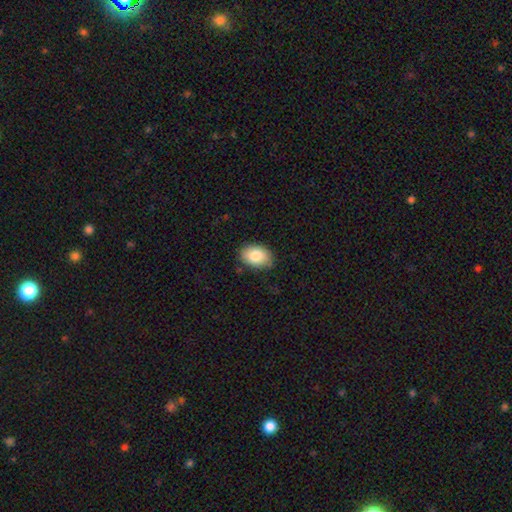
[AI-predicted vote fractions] Smooth or featured? Predicted: smooth (p=0.84). How rounded? Predicted: in between (p=0.85). Merging? Predicted: none (p=0.82).